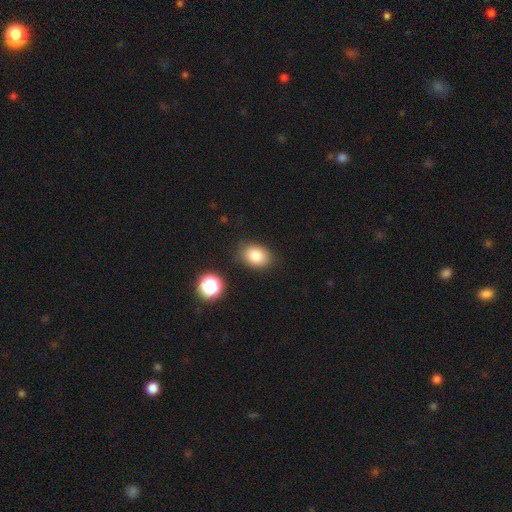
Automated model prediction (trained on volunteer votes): This appears to be a smooth galaxy with no disk features (82%) that is in between round and cigar-shaped (71%). Merging: none (83%).